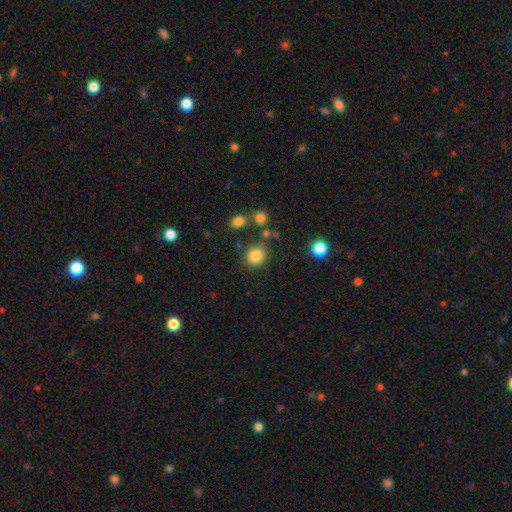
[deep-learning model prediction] This is clearly a smooth galaxy (83%). How rounded: clearly round (82%). Merging: likely none (77%).